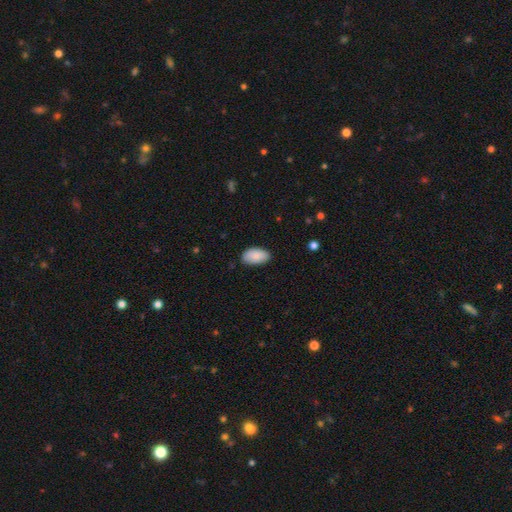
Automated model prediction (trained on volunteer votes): smooth-or-featured: smooth: 88% | star or artifact: 6% | featured or disk: 6%
  how-rounded: in between: 95% | round: 3% | cigar-shaped: 2%
  merging: none: 84% | minor disturbance: 13% | major disturbance: 2% | merger: 1%